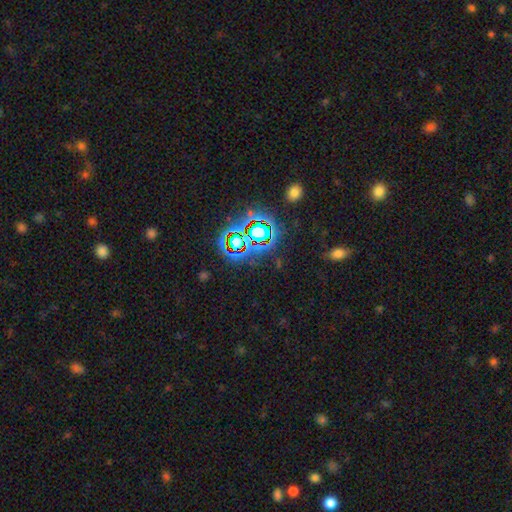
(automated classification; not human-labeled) Overall: star or artifact (67%).